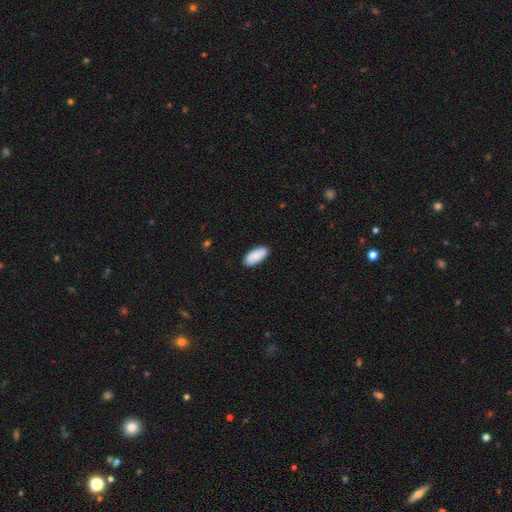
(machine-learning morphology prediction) A smooth galaxy with no disk features (88%) that is in between round and cigar-shaped (90%). Merging: none (89%).